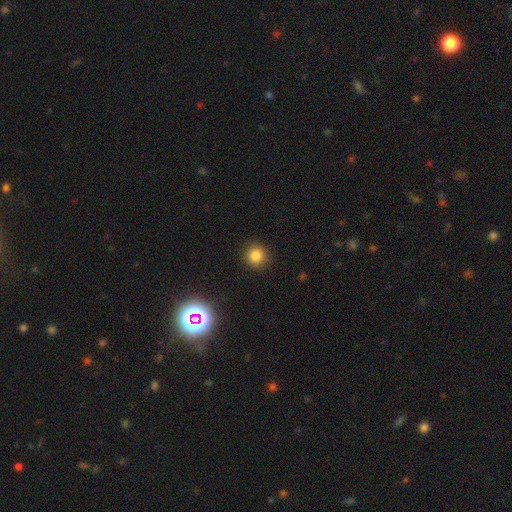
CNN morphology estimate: smooth 82%, star or artifact 13%, featured or disk 5%. Down the decision tree: how rounded — round (93%); merging — none (91%).